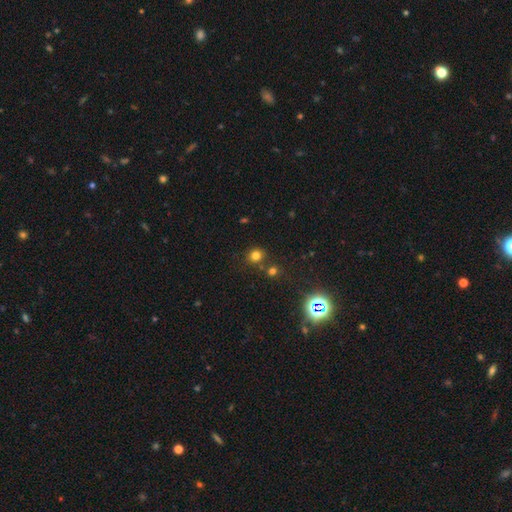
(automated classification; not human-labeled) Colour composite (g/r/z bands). It shows a smooth galaxy with no disk features (74%) that is round (86%). Merging: none (72%).